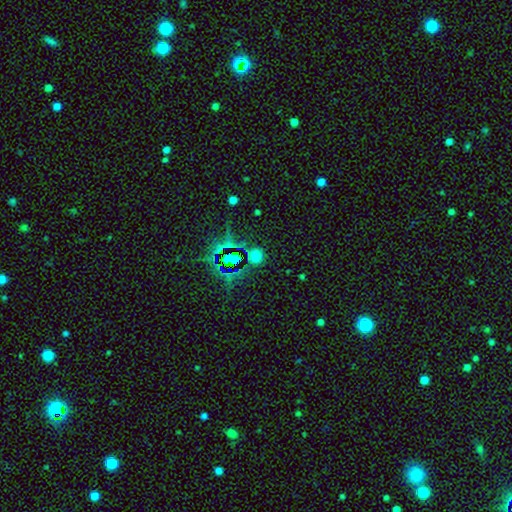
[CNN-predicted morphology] Overall: smooth (50%; star or artifact 43%). Merging: none (79%).